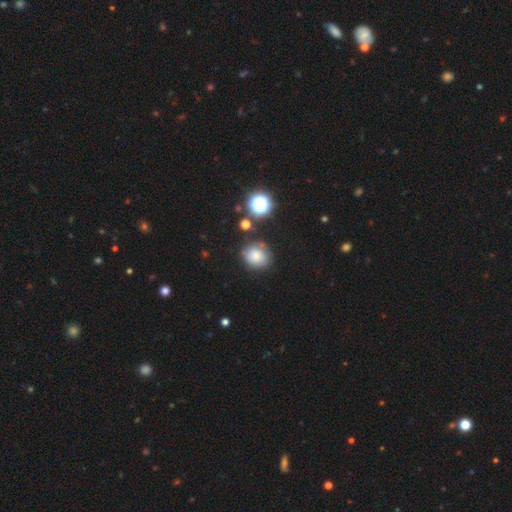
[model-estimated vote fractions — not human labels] Smooth or featured: smooth — 75% (star or artifact — 14%)
How rounded: round — 73% (in between — 26%)
Merging: none — 71% (minor disturbance — 17%)